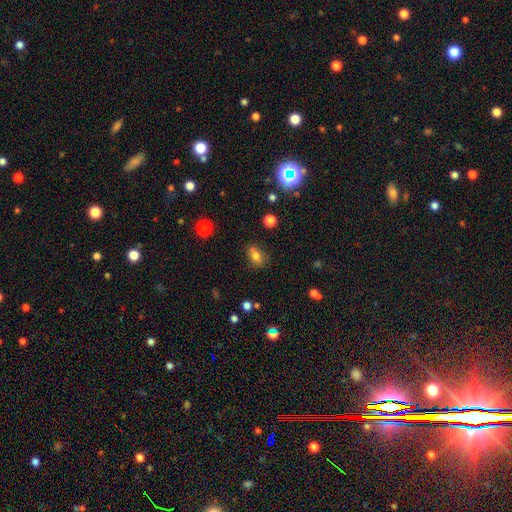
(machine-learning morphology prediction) A smooth galaxy with no disk features (76%) that is in between round and cigar-shaped (68%). Merging: none (69%).